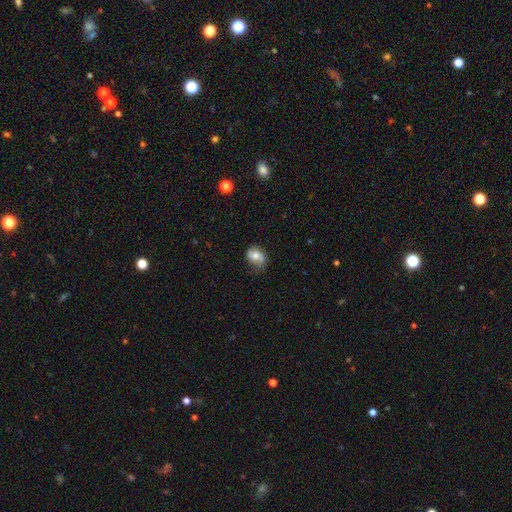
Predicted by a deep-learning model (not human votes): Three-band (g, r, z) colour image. It shows a smooth galaxy with no disk features (55%) that is in between round and cigar-shaped (66%). Merging: none (51%).